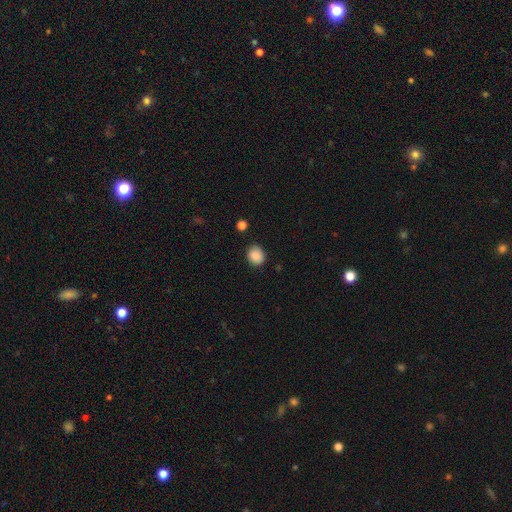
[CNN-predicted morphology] This is clearly a smooth galaxy (88%). How rounded: likely round (65%). Merging: clearly none (85%).